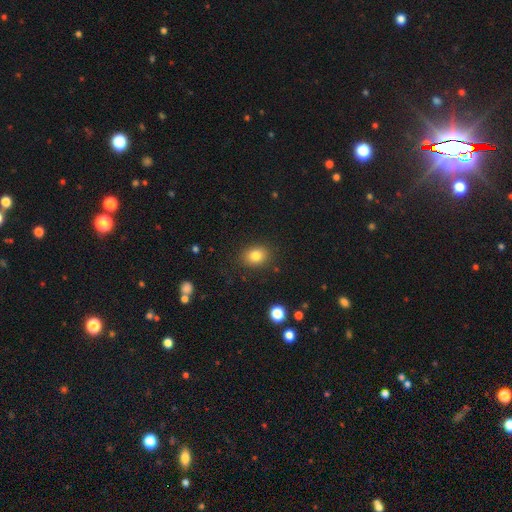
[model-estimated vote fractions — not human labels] Q: Smooth or featured?
A: smooth (82%); runner-up: star or artifact (11%)
Q: How rounded?
A: in between (53%); runner-up: round (46%)
Q: Merging?
A: none (87%); runner-up: minor disturbance (9%)